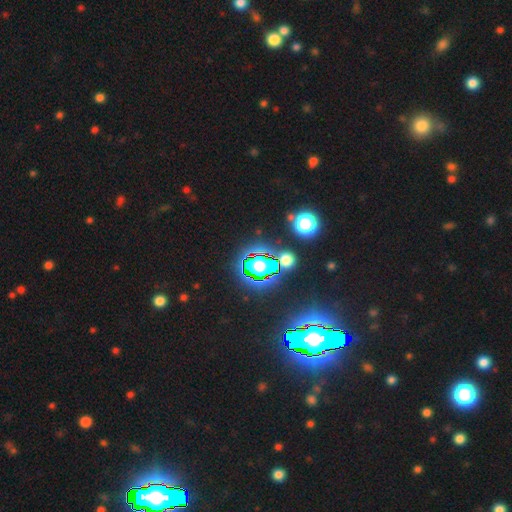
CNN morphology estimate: smooth-or-featured: star or artifact: 83% | smooth: 10% | featured or disk: 7%